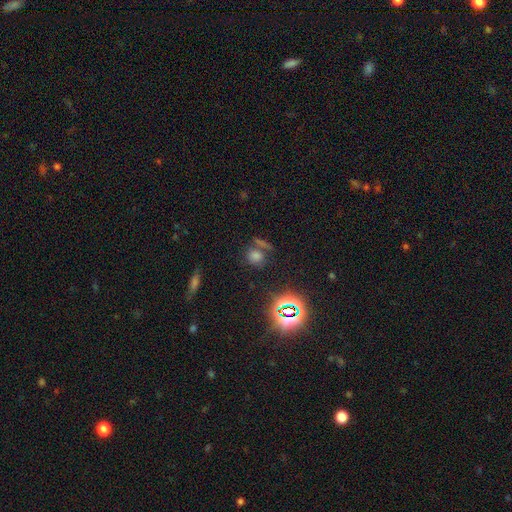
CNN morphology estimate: This is possibly a smooth galaxy (52%). How rounded: likely round (76%). Merging: likely none (64%).